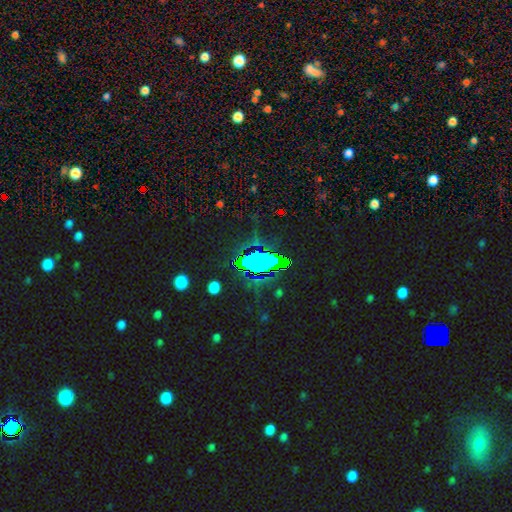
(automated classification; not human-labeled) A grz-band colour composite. It shows a star or artifact, not a galaxy (80%).